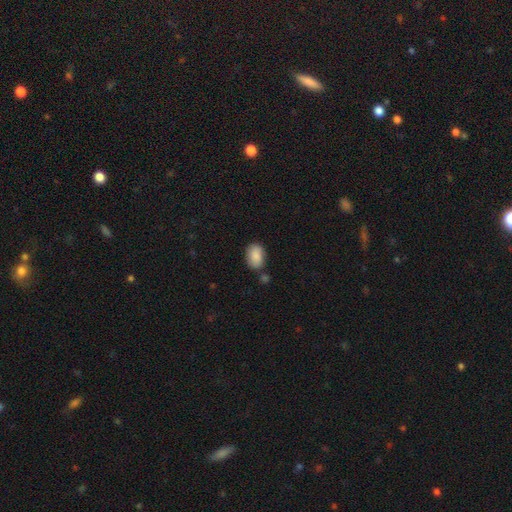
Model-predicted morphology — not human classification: type=smooth (87%); roundness=in between (83%); merging=none (72%).